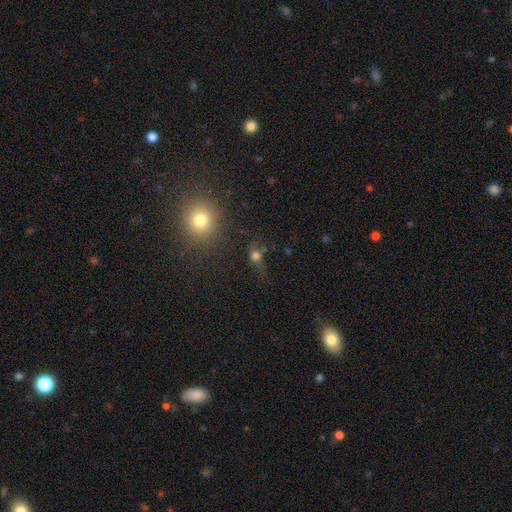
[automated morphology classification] Smooth or featured? smooth (60%)
How rounded? round (71%)
Merging? none (51%)